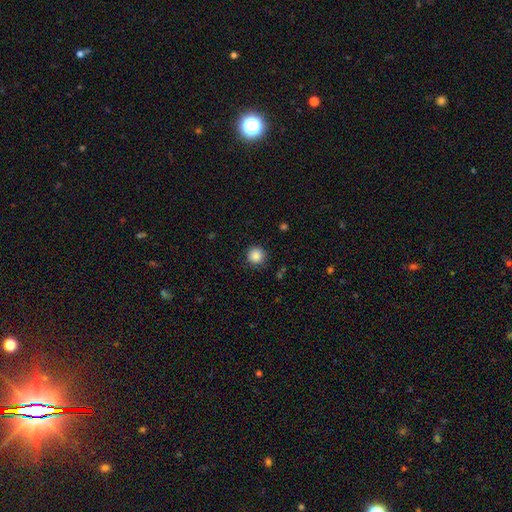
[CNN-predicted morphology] This appears to be a smooth galaxy with no disk features (87%) that is round (95%). Merging: none (89%).